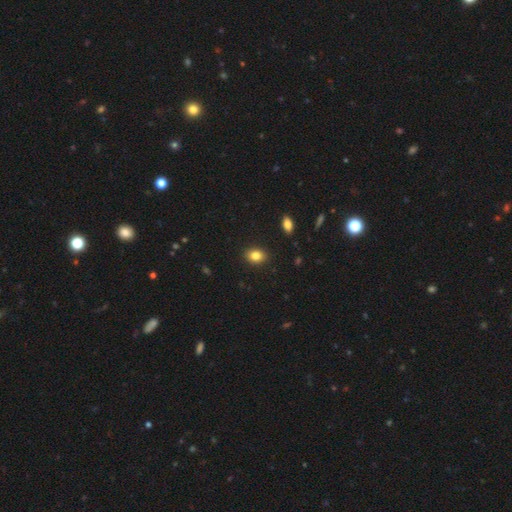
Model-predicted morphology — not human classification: This appears to be a smooth galaxy with no disk features (83%) that is in between round and cigar-shaped (68%). Merging: none (89%).